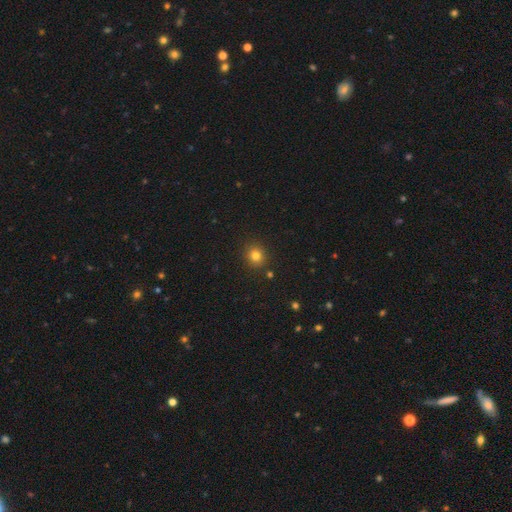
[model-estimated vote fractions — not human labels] smooth_or_featured: smooth (p=0.80) [alt: star or artifact p=0.14]
how_rounded: round (p=0.87) [alt: in between p=0.12]
merging: none (p=0.89) [alt: minor disturbance p=0.07]